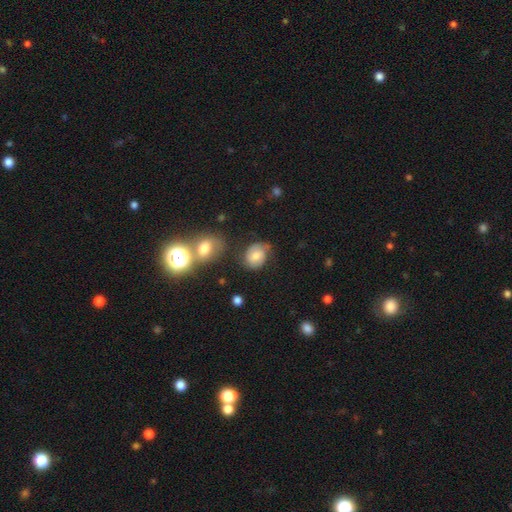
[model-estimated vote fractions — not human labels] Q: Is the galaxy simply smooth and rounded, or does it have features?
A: smooth — 54%.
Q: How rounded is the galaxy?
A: round — 52%.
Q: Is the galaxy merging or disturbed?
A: none — 58%.